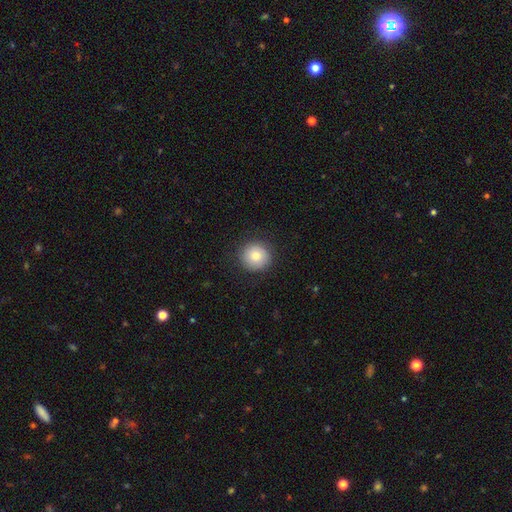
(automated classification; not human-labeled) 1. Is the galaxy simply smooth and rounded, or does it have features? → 81% smooth, 11% featured or disk, 9% star or artifact.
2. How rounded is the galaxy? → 94% round, 5% in between, 1% cigar-shaped.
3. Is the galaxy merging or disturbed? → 88% none, 8% minor disturbance, 3% major disturbance, 1% merger.